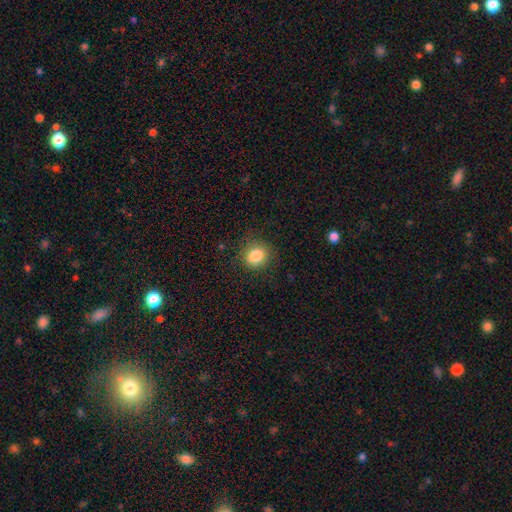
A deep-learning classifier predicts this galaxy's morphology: Smooth or featured? smooth (85%)
How rounded? round (76%)
Merging? none (85%)